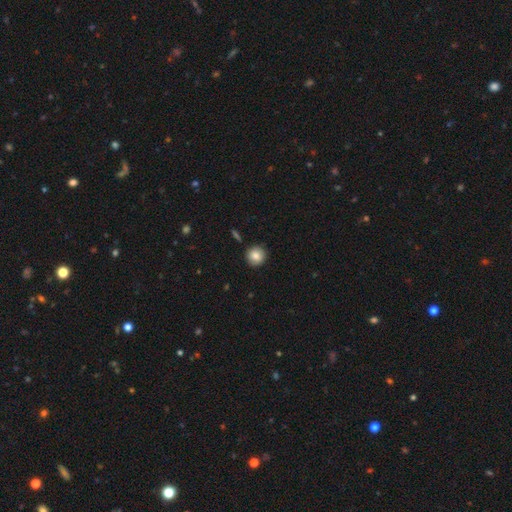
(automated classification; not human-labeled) Overall: smooth (83%). How rounded: round (94%). Merging: none (90%).